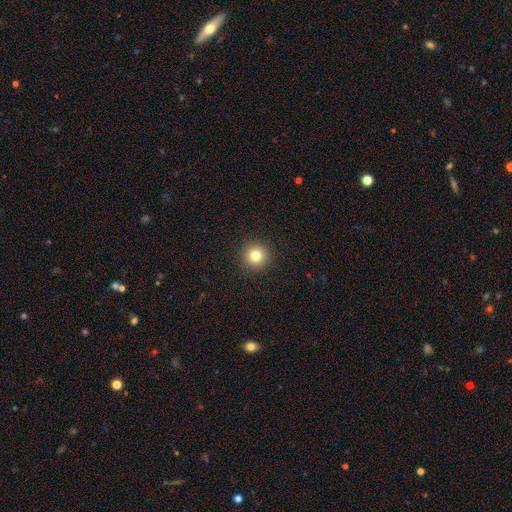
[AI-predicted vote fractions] This is clearly a smooth galaxy (81%). How rounded: clearly round (96%). Merging: clearly none (93%).